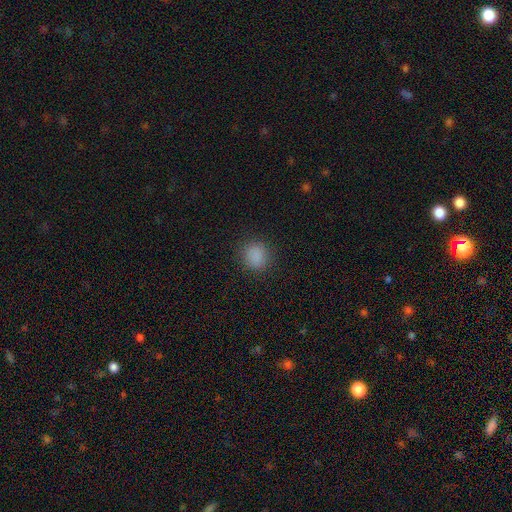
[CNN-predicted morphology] A smooth galaxy with no disk features (85%) that is round (84%). Merging: none (88%).